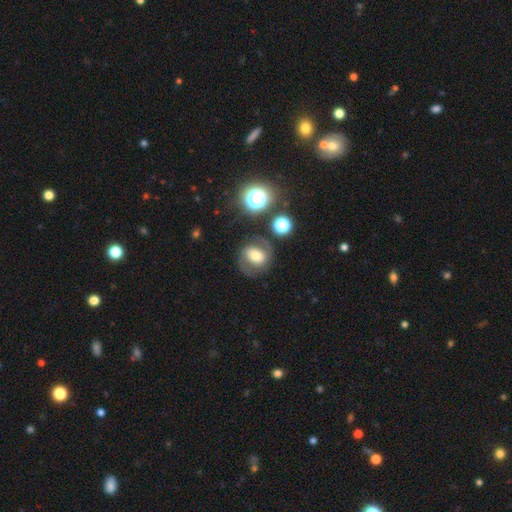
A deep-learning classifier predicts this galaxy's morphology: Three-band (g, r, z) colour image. It shows a featured or disk galaxy (50%). Merging: none (72%).